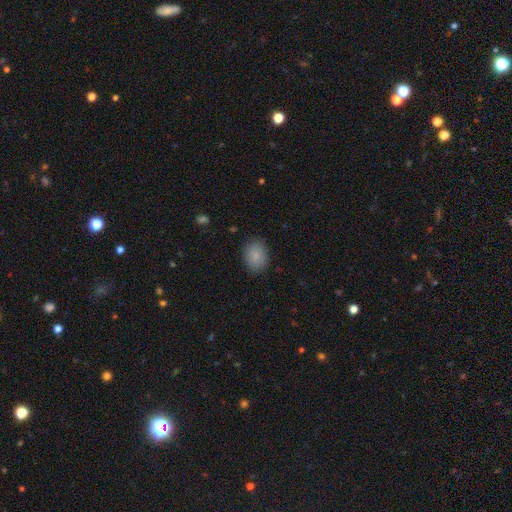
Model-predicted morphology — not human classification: Smooth or featured? smooth (86%)
How rounded? in between (67%)
Merging? none (85%)